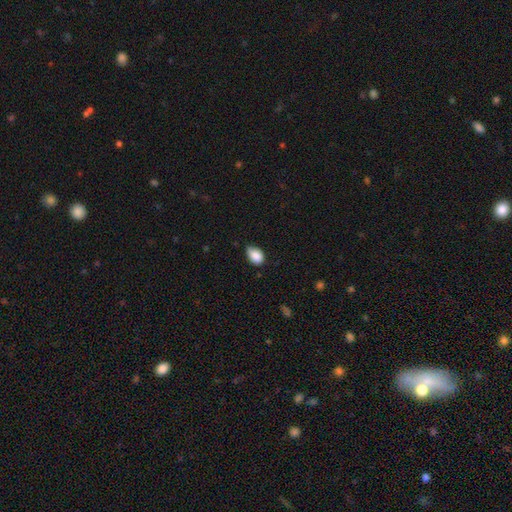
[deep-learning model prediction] This is clearly a smooth galaxy (87%). How rounded: clearly in between (84%). Merging: possibly none (59%).